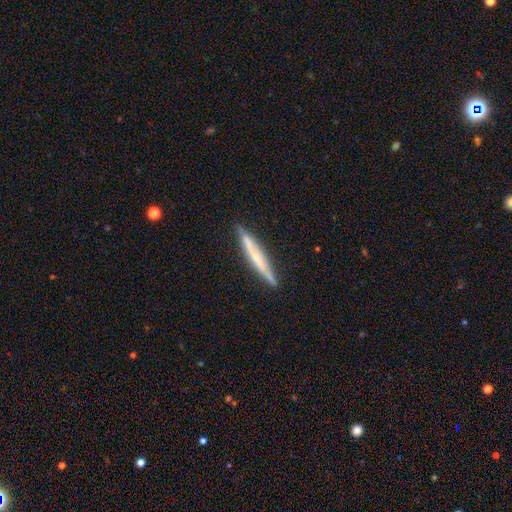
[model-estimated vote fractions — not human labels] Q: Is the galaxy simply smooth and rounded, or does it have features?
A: featured or disk — 48%.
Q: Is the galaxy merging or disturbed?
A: none — 87%.